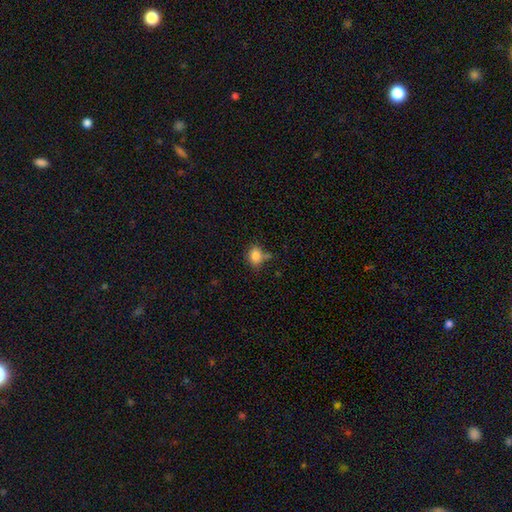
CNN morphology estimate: A smooth galaxy with no disk features (83%) that is in between round and cigar-shaped (55%). Merging: none (61%).